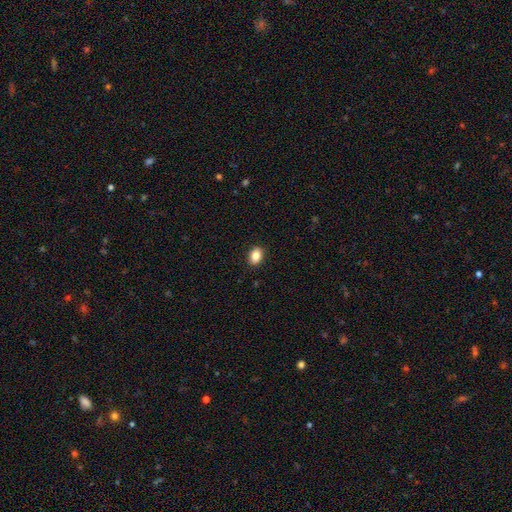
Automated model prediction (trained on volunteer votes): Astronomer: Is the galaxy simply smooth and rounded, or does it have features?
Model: smooth — 85%.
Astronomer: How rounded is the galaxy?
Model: in between — 79%.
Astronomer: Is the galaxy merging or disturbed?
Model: none — 90%.